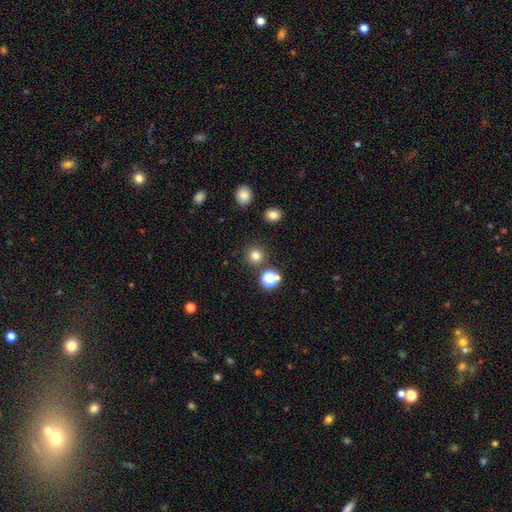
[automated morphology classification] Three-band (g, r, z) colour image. It shows a smooth galaxy with no disk features (77%) that is round (94%). Merging: none (87%).